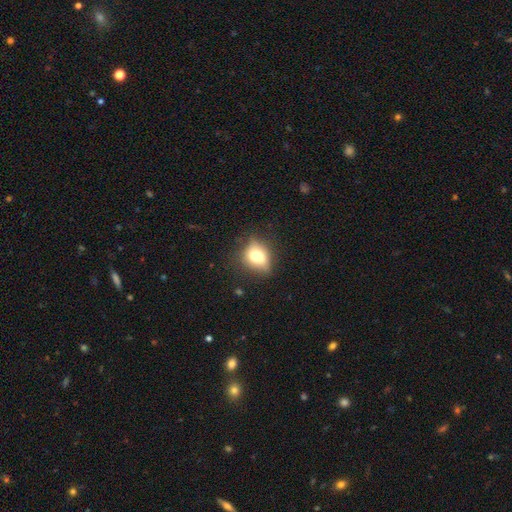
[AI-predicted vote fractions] Smooth or featured?
  - smooth: 68% *
  - featured or disk: 22%
  - star or artifact: 11%
How rounded?
  - in between: 55% *
  - round: 43%
  - cigar-shaped: 3%
Merging?
  - none: 59% *
  - minor disturbance: 27%
  - major disturbance: 9%
  - merger: 5%